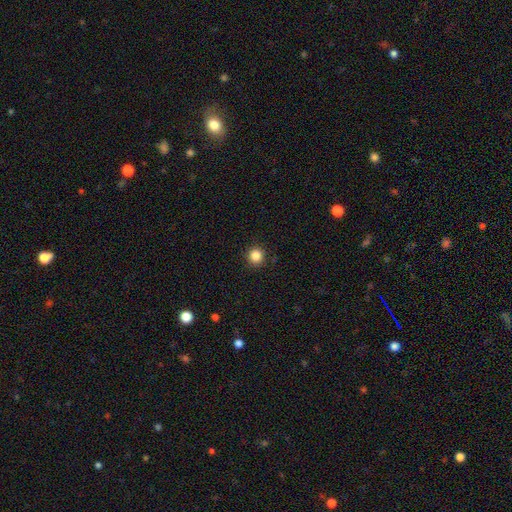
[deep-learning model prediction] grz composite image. It shows a smooth galaxy with no disk features (85%) that is round (95%). Merging: none (92%).